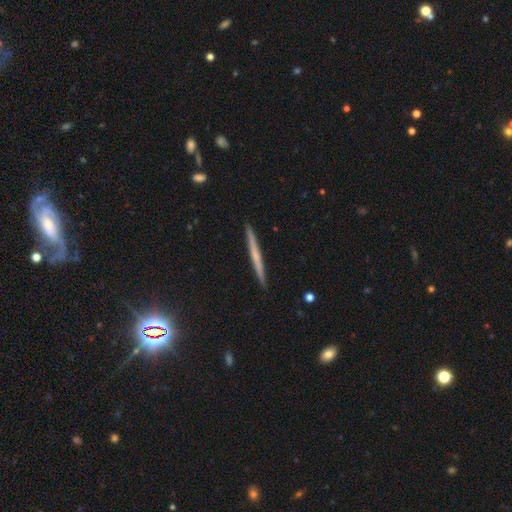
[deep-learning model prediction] smooth-or-featured: featured or disk: 53% | smooth: 39% | star or artifact: 7%
  disk-edge-on: yes: 98% | no: 2%
    edge-on-bulge: none: 71% | rounded: 23% | boxy: 5%
  merging: none: 92% | minor disturbance: 5% | major disturbance: 1% | merger: 1%